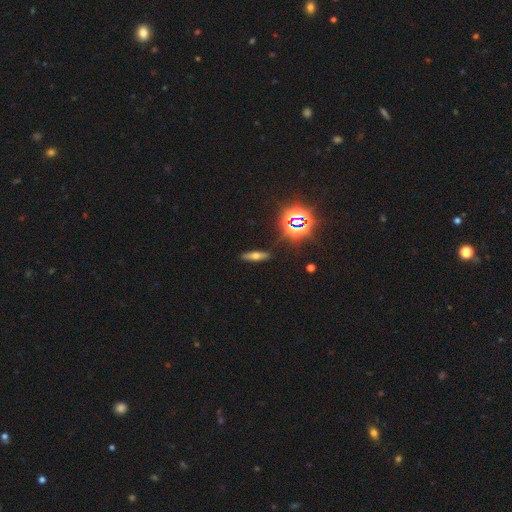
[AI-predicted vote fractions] This appears to be a smooth galaxy with no disk features (44%). Merging: none (88%).